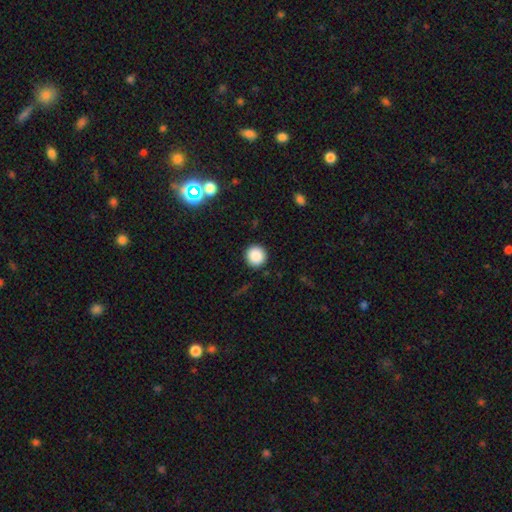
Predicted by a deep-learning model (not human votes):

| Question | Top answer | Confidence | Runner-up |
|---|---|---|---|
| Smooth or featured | smooth | 88% | star or artifact (9%) |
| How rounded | round | 95% | in between (4%) |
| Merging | none | 92% | minor disturbance (5%) |